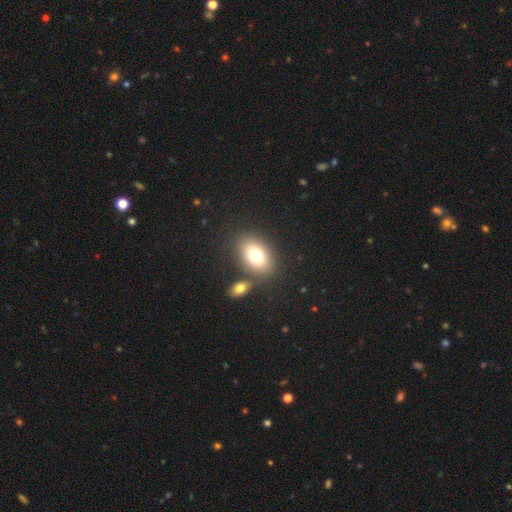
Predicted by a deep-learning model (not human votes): This appears to be a smooth galaxy with no disk features (75%) that is in between round and cigar-shaped (79%). Merging: none (72%).